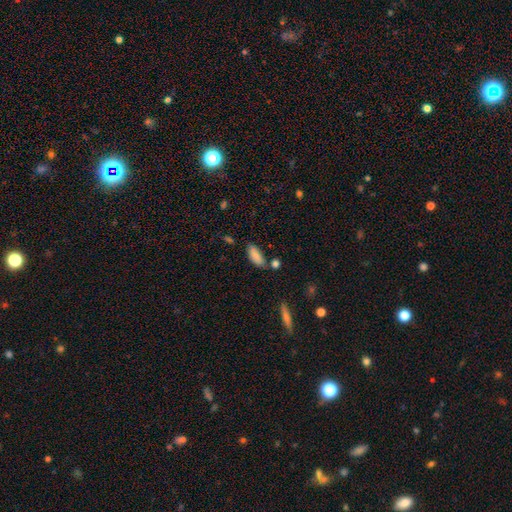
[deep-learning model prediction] Smooth or featured?
  - smooth: 81% *
  - featured or disk: 12%
  - star or artifact: 7%
How rounded?
  - in between: 86% *
  - cigar-shaped: 12%
  - round: 2%
Merging?
  - none: 69% *
  - minor disturbance: 19%
  - merger: 8%
  - major disturbance: 4%